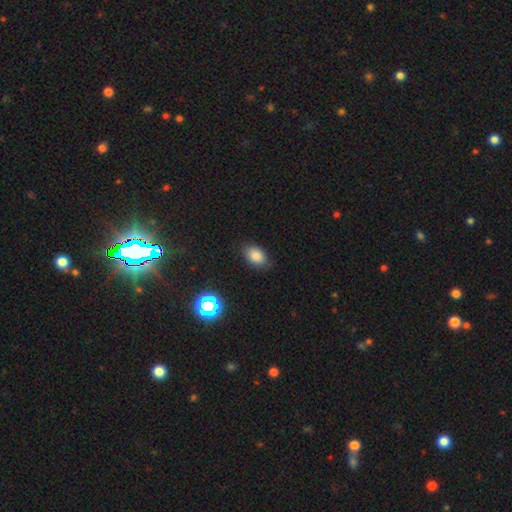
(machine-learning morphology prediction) Overall: smooth (82%). How rounded: in between (85%). Merging: none (81%).